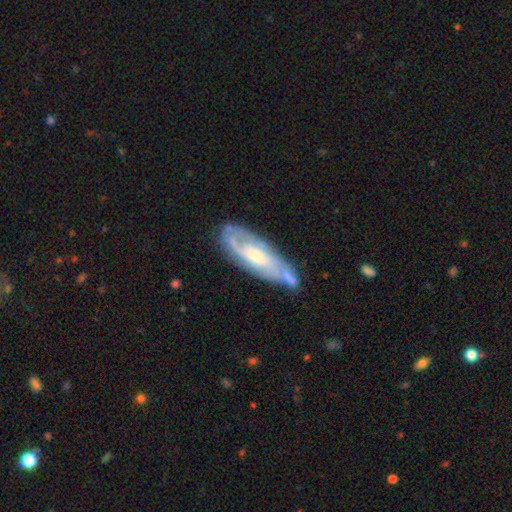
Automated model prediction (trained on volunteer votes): Smooth or featured?
  - featured or disk: 73% *
  - smooth: 22%
  - star or artifact: 6%
Edge-on disk?
  - no: 83% *
  - yes: 17%
Bar?
  - no: 52% *
  - weak: 39%
  - strong: 9%
Spiral arms?
  - yes: 87% *
  - no: 13%
Spiral winding?
  - tight: 46% *
  - medium: 39%
  - loose: 15%
Spiral arm count?
  - can't tell: 41% *
  - 2: 38%
  - 3: 10%
  - 1: 5%
  - 4: 3%
  - more than 4: 2%
Bulge size?
  - moderate: 51% *
  - small: 39%
  - large: 6%
  - none: 3%
  - dominant: 1%
Merging?
  - none: 63% *
  - minor disturbance: 23%
  - merger: 7%
  - major disturbance: 7%